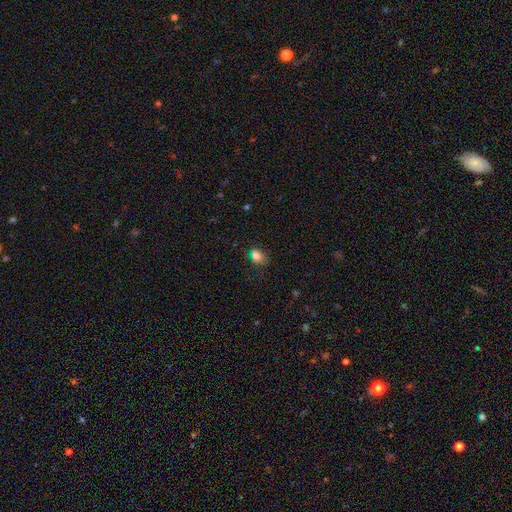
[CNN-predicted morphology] type=smooth (81%); roundness=in between (76%); merging=none (59%).